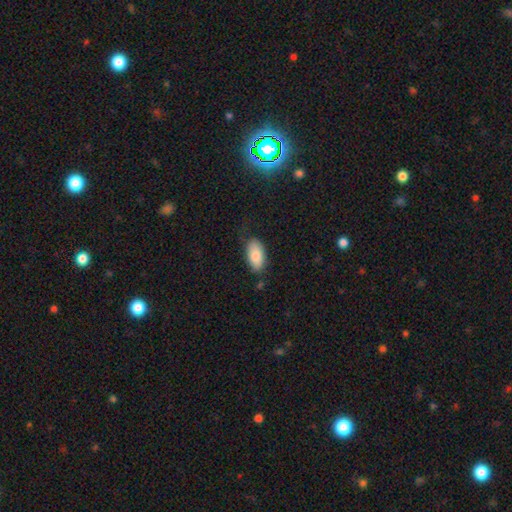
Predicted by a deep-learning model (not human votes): A smooth galaxy with no disk features (83%) that is in between round and cigar-shaped (93%).

Vote fractions:
- Smooth or featured? smooth: 83% / featured or disk: 11% / star or artifact: 6%
- How rounded? in between: 93% / cigar-shaped: 5% / round: 2%
- Merging? none: 71% / minor disturbance: 22% / major disturbance: 6% / merger: 2%